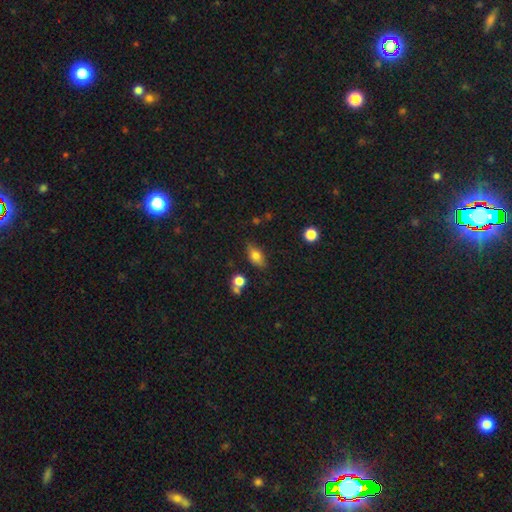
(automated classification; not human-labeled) smooth_or_featured: smooth (p=0.74) [alt: featured or disk p=0.16]
how_rounded: in between (p=0.82) [alt: round p=0.11]
merging: none (p=0.76) [alt: minor disturbance p=0.16]